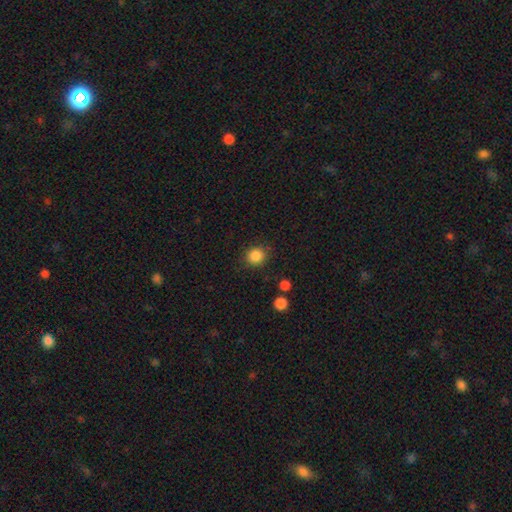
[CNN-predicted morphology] smooth-or-featured: smooth: 86% | star or artifact: 10% | featured or disk: 3%
  how-rounded: round: 85% | in between: 14% | cigar-shaped: 1%
  merging: none: 87% | minor disturbance: 8% | major disturbance: 3% | merger: 2%